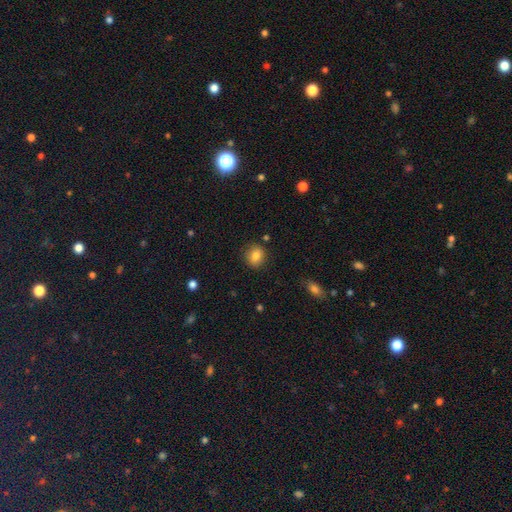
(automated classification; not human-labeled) A smooth galaxy with no disk features (83%) that is round (70%).

Vote fractions:
- Smooth or featured? smooth: 83% / star or artifact: 10% / featured or disk: 7%
- How rounded? round: 70% / in between: 29% / cigar-shaped: 1%
- Merging? none: 85% / minor disturbance: 10% / major disturbance: 3% / merger: 2%